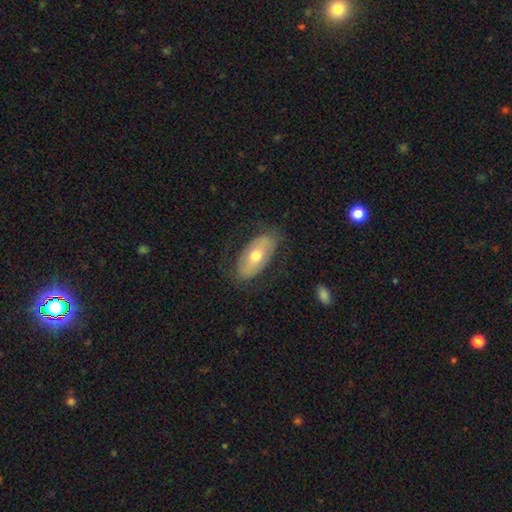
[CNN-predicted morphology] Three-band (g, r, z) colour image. It shows a smooth galaxy with no disk features (55%) that is in between round and cigar-shaped (91%). Merging: none (78%).